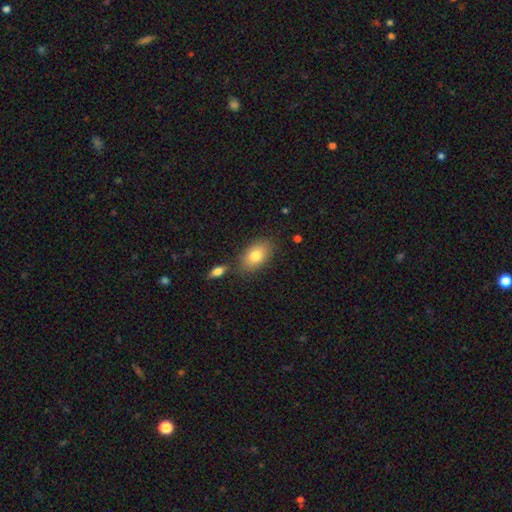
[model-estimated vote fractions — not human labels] The model was most divided on "merging": none: 76%, minor disturbance: 13%, merger: 8%, major disturbance: 3%. More confident: how rounded — in between (89%); smooth or featured — smooth (80%).